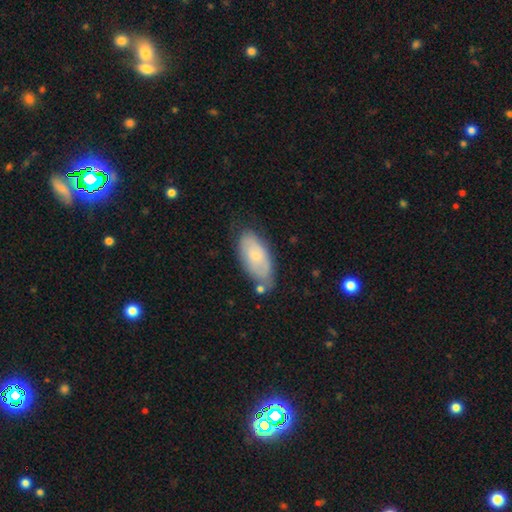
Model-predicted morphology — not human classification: A smooth galaxy with no disk features (60%) that is in between round and cigar-shaped (91%). Merging: none (64%).